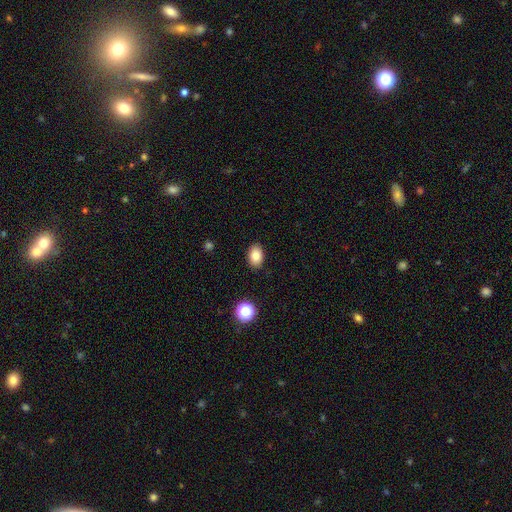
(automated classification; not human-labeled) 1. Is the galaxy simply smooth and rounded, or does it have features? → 82% smooth, 10% star or artifact, 8% featured or disk.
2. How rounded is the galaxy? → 84% in between, 15% round, 1% cigar-shaped.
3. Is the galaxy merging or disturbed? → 88% none, 8% minor disturbance, 2% major disturbance, 1% merger.